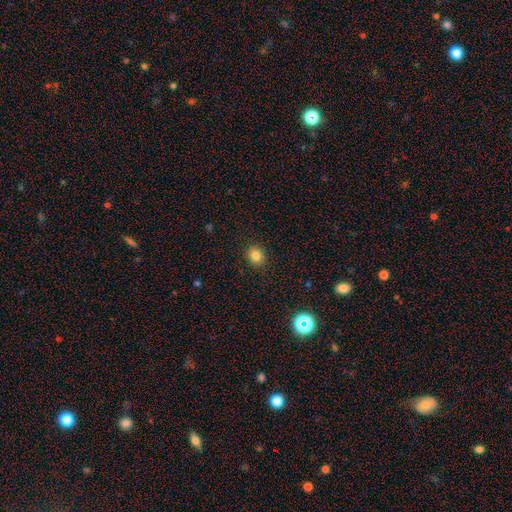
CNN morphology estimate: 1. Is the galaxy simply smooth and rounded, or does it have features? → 82% smooth, 12% star or artifact, 6% featured or disk.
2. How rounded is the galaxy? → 72% round, 27% in between, 1% cigar-shaped.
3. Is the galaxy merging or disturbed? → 91% none, 6% minor disturbance, 2% major disturbance, 1% merger.